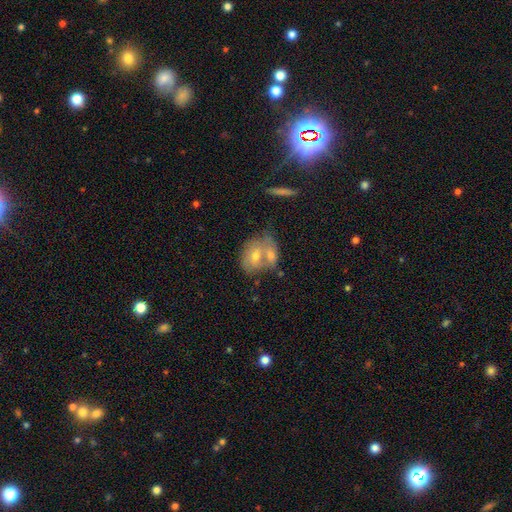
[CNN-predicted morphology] Overall: smooth (52%; featured or disk 39%). How rounded: in between (57%; round 40%). Merging: merger (58%; none 28%).